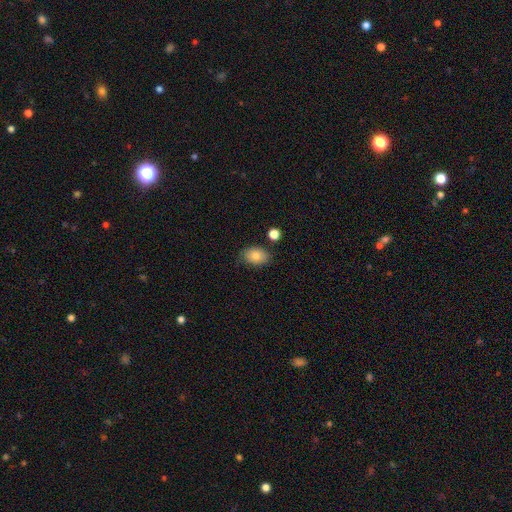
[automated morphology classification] Smooth or featured?
  - smooth: 81% *
  - featured or disk: 10%
  - star or artifact: 9%
How rounded?
  - in between: 78% *
  - round: 21%
  - cigar-shaped: 1%
Merging?
  - none: 78% *
  - minor disturbance: 14%
  - merger: 4%
  - major disturbance: 3%